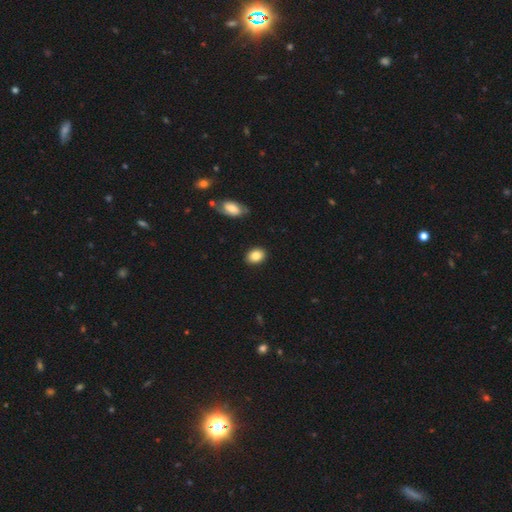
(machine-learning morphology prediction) Overall: smooth (85%). How rounded: in between (72%). Merging: none (88%).